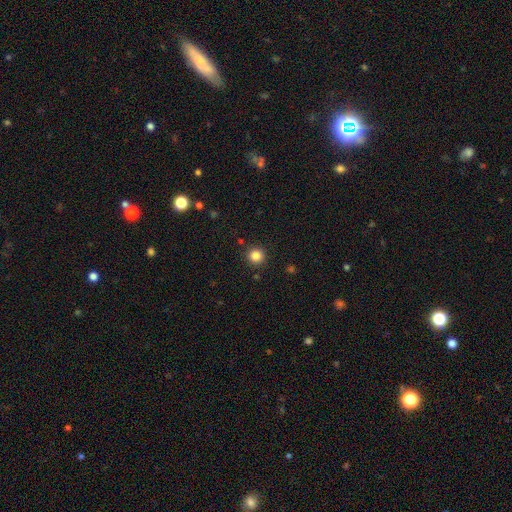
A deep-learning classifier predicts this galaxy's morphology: type=smooth (84%); roundness=round (95%); merging=none (91%).